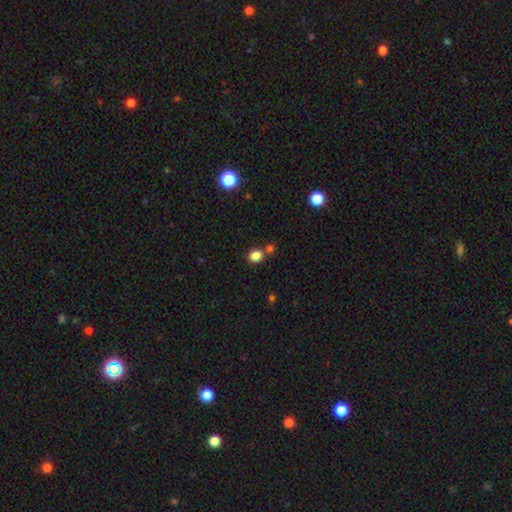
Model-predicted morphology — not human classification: Smooth or featured? Predicted: smooth (p=0.84). How rounded? Predicted: round (p=0.57). Merging? Predicted: none (p=0.69).